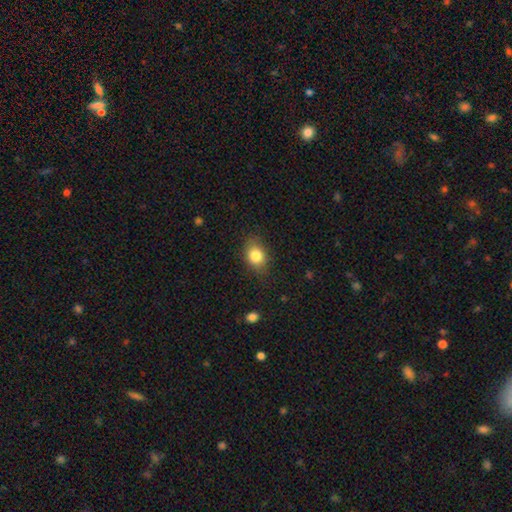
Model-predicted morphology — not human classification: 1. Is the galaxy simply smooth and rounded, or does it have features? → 83% smooth, 9% star or artifact, 8% featured or disk.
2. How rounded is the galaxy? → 58% in between, 40% round, 1% cigar-shaped.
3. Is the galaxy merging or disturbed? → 78% none, 17% minor disturbance, 4% major disturbance, 1% merger.